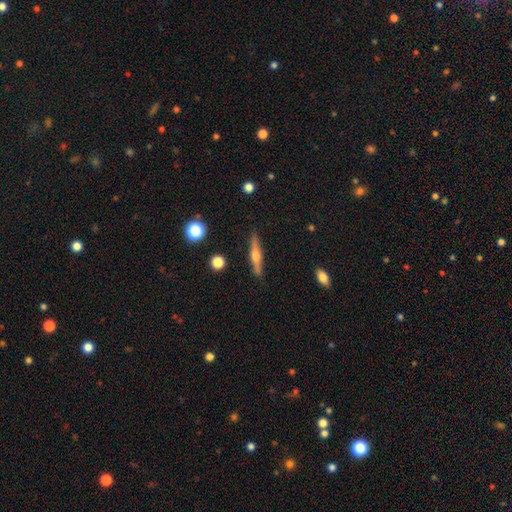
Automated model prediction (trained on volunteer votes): This appears to be a featured or disk galaxy (61%) viewed edge-on (97%) with a rounded central bulge (91%). Merging: none (89%).